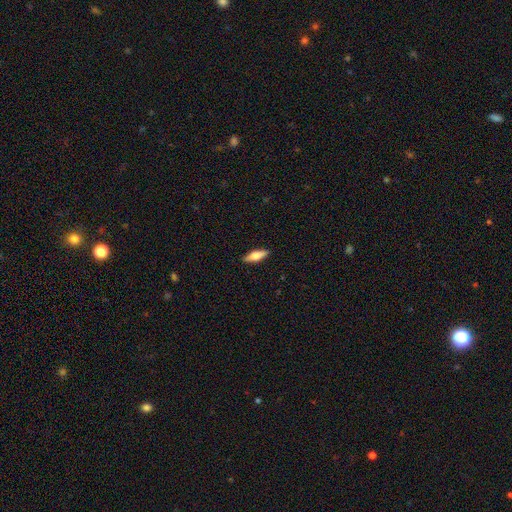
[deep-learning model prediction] A smooth galaxy with no disk features (56%) that is cigar-shaped (50%).

Vote fractions:
- Smooth or featured? smooth: 56% / featured or disk: 38% / star or artifact: 6%
- How rounded? cigar-shaped: 50% / in between: 47% / round: 3%
- Merging? none: 90% / minor disturbance: 8% / major disturbance: 2% / merger: 1%